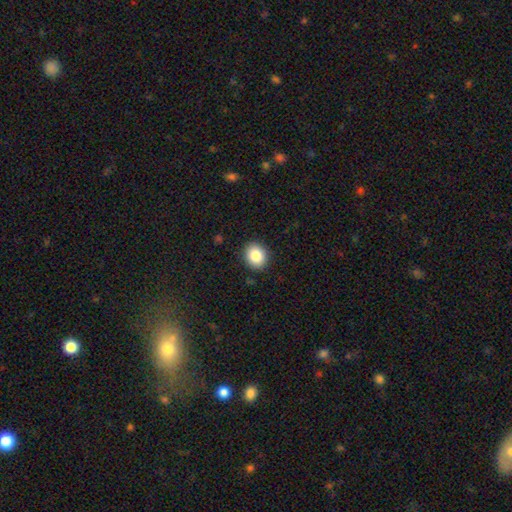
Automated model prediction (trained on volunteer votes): Smooth or featured? smooth (85%)
How rounded? round (69%)
Merging? none (90%)